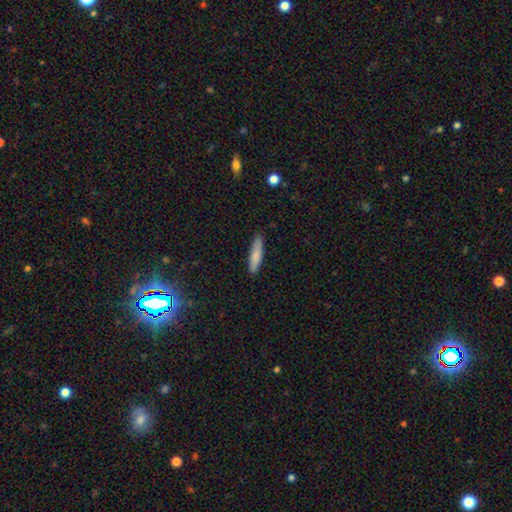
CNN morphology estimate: Smooth or featured? smooth (82%)
How rounded? cigar-shaped (82%)
Merging? none (88%)